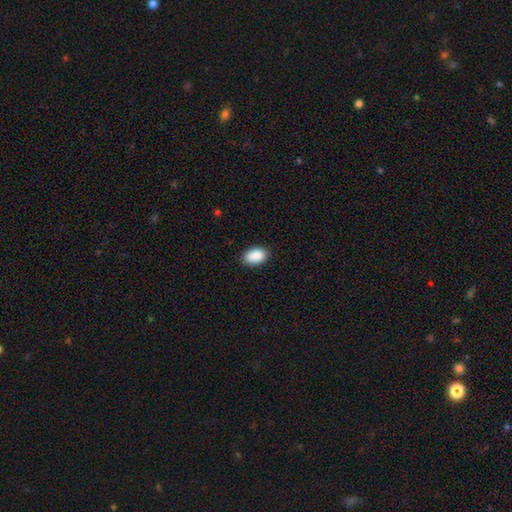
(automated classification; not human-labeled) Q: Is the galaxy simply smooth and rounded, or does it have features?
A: smooth — 89%.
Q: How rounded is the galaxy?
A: in between — 92%.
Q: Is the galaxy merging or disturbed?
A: none — 85%.